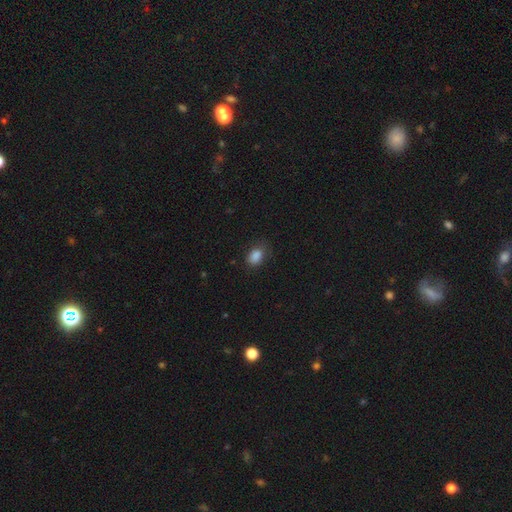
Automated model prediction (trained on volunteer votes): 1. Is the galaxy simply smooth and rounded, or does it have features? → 85% smooth, 10% star or artifact, 5% featured or disk.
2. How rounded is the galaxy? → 78% in between, 21% round, 1% cigar-shaped.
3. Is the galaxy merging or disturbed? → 71% none, 21% minor disturbance, 6% major disturbance, 1% merger.